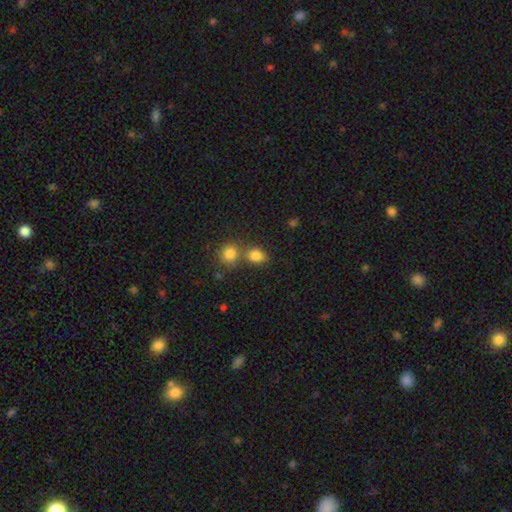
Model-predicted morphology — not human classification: type=smooth (83%); roundness=in between (56%); merging=none (52%).